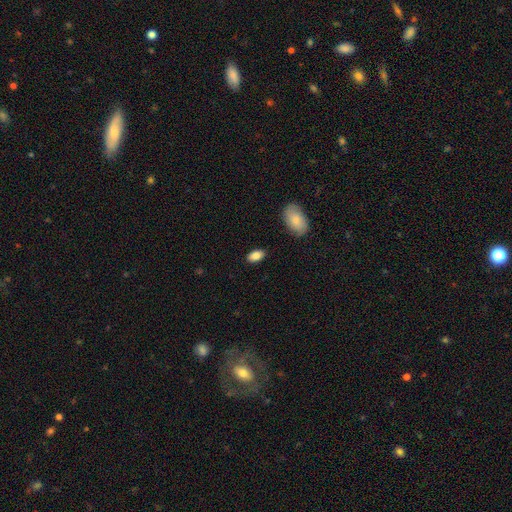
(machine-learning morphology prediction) Smooth or featured? smooth (86%)
How rounded? in between (93%)
Merging? none (87%)